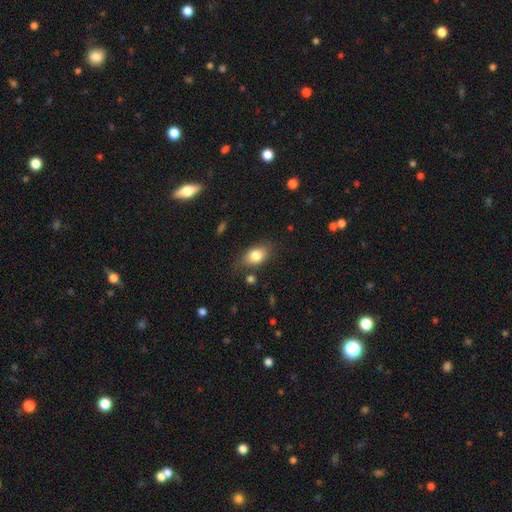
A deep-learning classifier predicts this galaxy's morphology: A smooth galaxy with no disk features (80%) that is in between round and cigar-shaped (82%). Merging: none (73%).